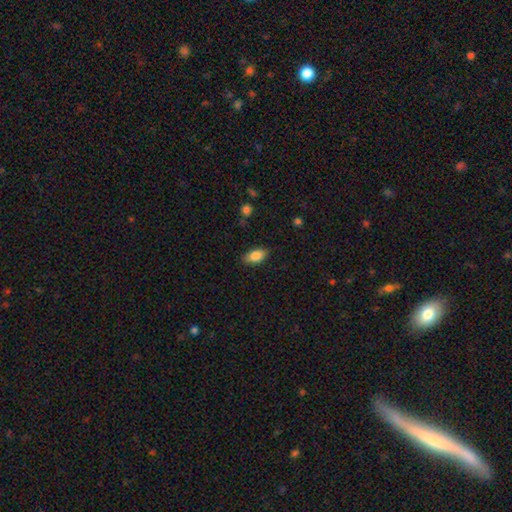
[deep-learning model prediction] The model was most divided on "merging": none: 83%, minor disturbance: 13%, major disturbance: 3%, merger: 1%. More confident: how rounded — in between (90%); smooth or featured — smooth (86%).